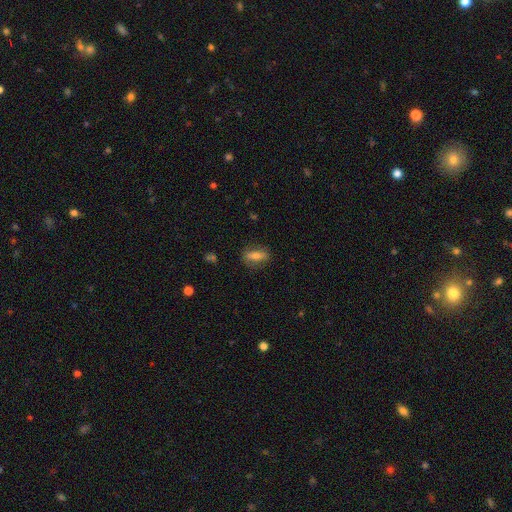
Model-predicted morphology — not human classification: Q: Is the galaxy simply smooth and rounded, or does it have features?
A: smooth — 68%.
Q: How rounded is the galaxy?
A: in between — 62%.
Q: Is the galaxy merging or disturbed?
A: none — 80%.